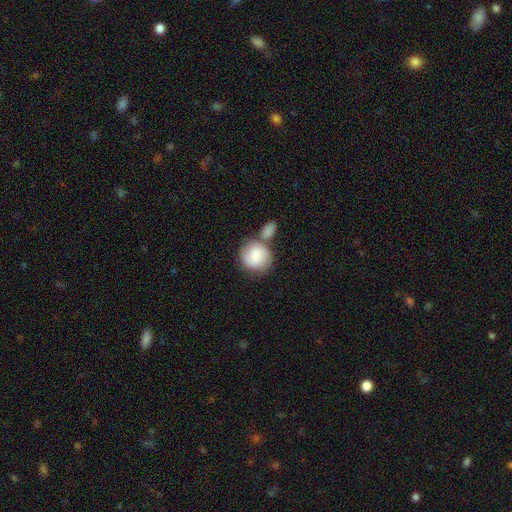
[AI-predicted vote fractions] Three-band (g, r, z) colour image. It shows a smooth galaxy with no disk features (74%) that is round (82%). Merging: merger (43%).